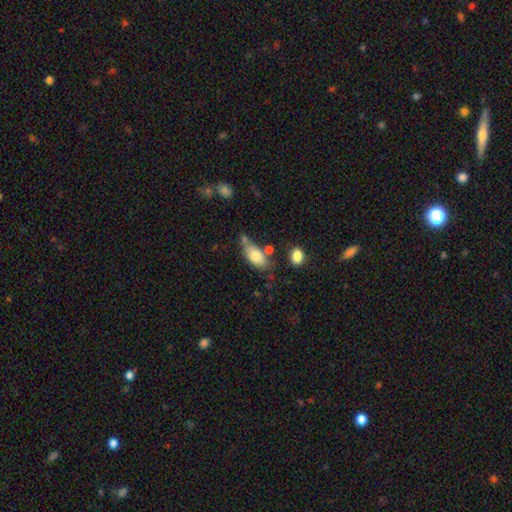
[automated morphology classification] Overall: smooth (76%). How rounded: in between (87%). Merging: none (45%; minor disturbance 26%).